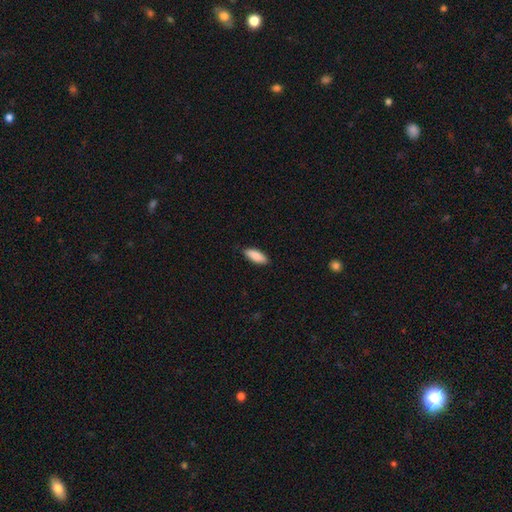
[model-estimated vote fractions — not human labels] A smooth galaxy with no disk features (88%) that is in between round and cigar-shaped (75%).

Vote fractions:
- Smooth or featured? smooth: 88% / featured or disk: 6% / star or artifact: 6%
- How rounded? in between: 75% / cigar-shaped: 23% / round: 2%
- Merging? none: 88% / minor disturbance: 9% / major disturbance: 2% / merger: 1%